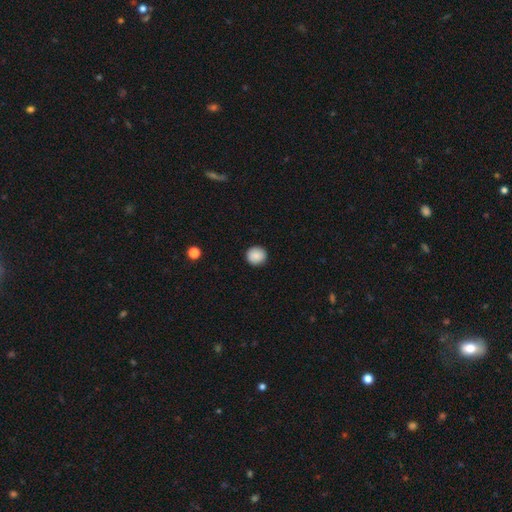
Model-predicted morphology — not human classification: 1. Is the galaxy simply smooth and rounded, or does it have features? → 89% smooth, 8% star or artifact, 3% featured or disk.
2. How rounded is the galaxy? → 91% round, 8% in between, 1% cigar-shaped.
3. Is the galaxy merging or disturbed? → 92% none, 5% minor disturbance, 2% major disturbance, 1% merger.